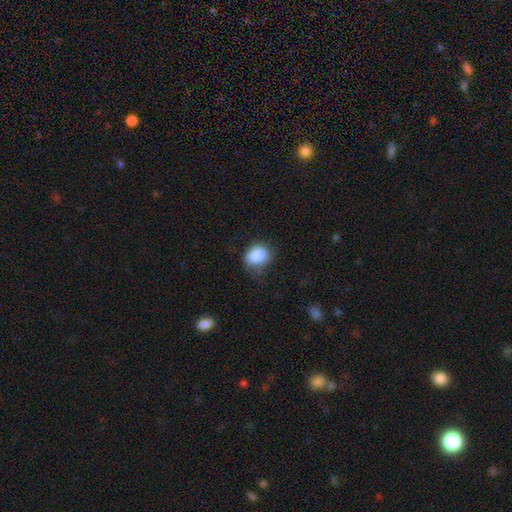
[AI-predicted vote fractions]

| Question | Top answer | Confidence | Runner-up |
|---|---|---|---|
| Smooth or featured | smooth | 84% | star or artifact (8%) |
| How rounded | in between | 59% | round (39%) |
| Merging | none | 58% | minor disturbance (29%) |